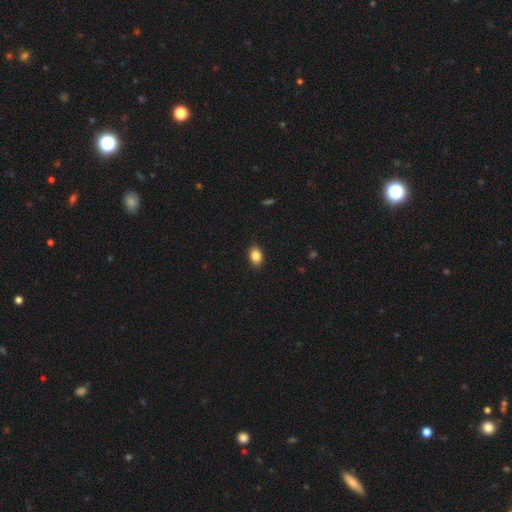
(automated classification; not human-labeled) A smooth galaxy with no disk features (86%) that is in between round and cigar-shaped (78%). Merging: none (88%).